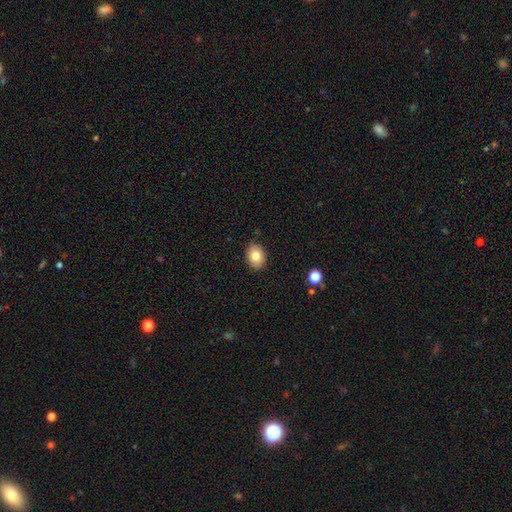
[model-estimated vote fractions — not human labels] smooth 81%, featured or disk 11%, star or artifact 9%. Down the decision tree: how rounded — in between (71%); merging — none (87%).